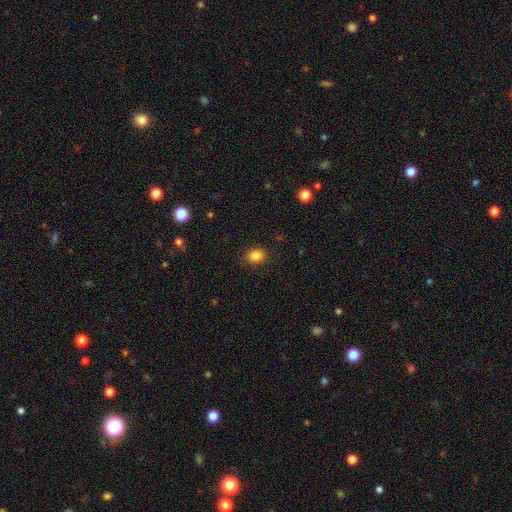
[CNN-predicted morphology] A smooth galaxy with no disk features (85%) that is round (54%). Merging: none (86%).